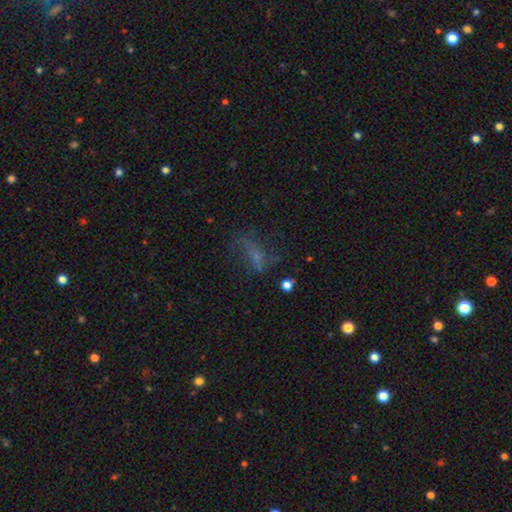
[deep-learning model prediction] The model was most divided on "smooth or featured": featured or disk: 42%, smooth: 36%, star or artifact: 22%. Remaining: merging — none (44%).